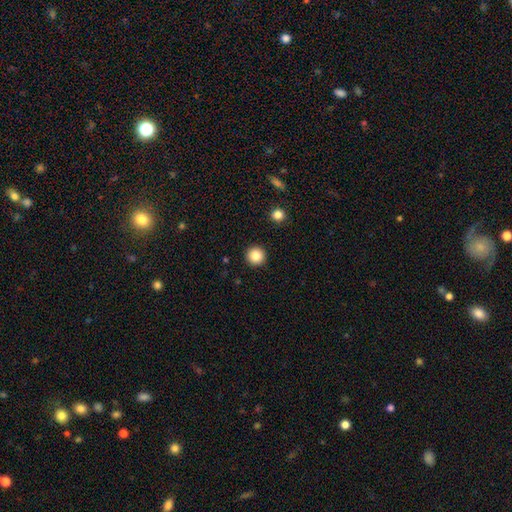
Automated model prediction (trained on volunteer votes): Morphology: type=smooth (85%); roundness=round (96%); merging=none (93%).